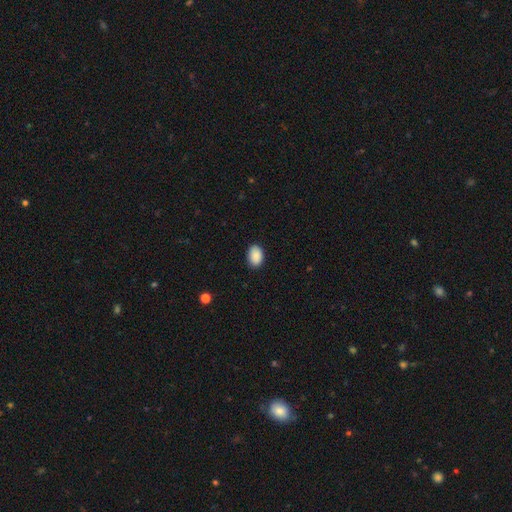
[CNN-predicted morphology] smooth 90%, star or artifact 7%, featured or disk 3%. Down the decision tree: how rounded — in between (85%); merging — none (88%).